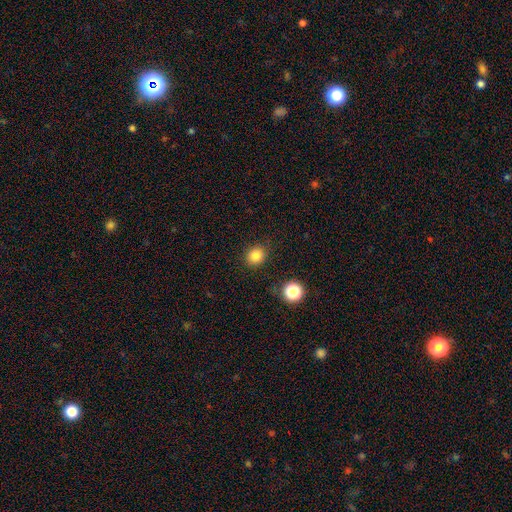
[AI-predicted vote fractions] Smooth or featured? smooth (82%)
How rounded? round (75%)
Merging? none (88%)